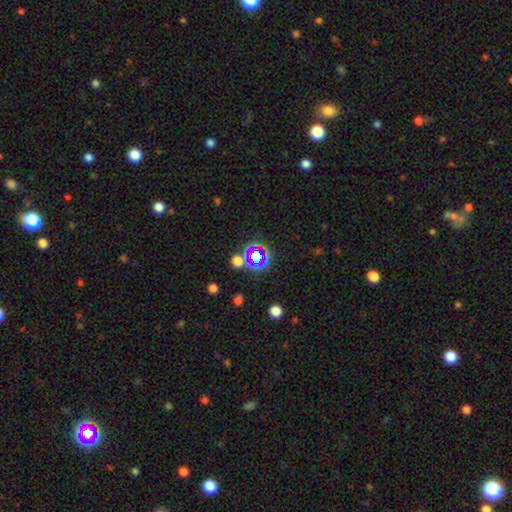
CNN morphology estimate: smooth-or-featured: star or artifact: 58% | smooth: 31% | featured or disk: 11%